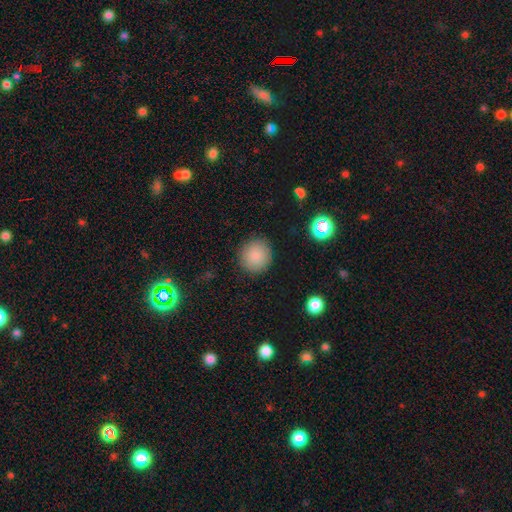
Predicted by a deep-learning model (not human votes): Overall: smooth (86%). How rounded: round (92%). Merging: none (90%).